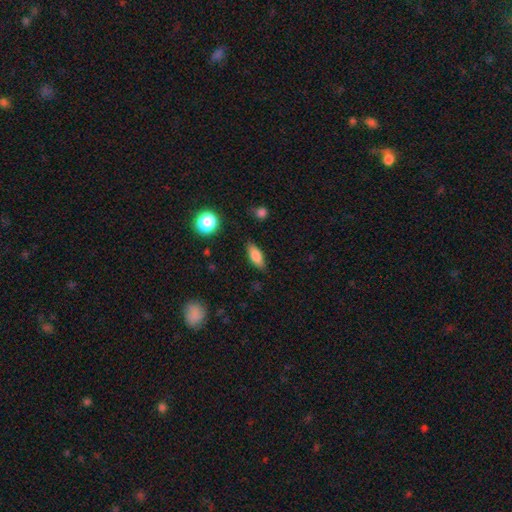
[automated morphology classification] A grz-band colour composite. It shows a smooth galaxy with no disk features (80%) that is in between round and cigar-shaped (73%). Merging: none (84%).